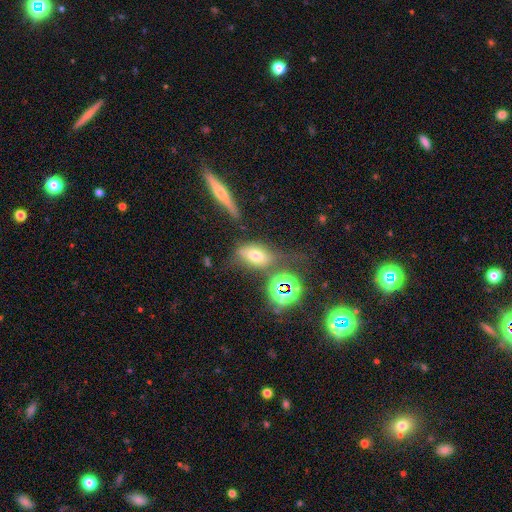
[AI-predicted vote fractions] A smooth galaxy with no disk features (58%) that is in between round and cigar-shaped (81%).

Vote fractions:
- Smooth or featured? smooth: 58% / star or artifact: 21% / featured or disk: 21%
- How rounded? in between: 81% / round: 11% / cigar-shaped: 7%
- Merging? none: 60% / minor disturbance: 19% / merger: 11% / major disturbance: 9%